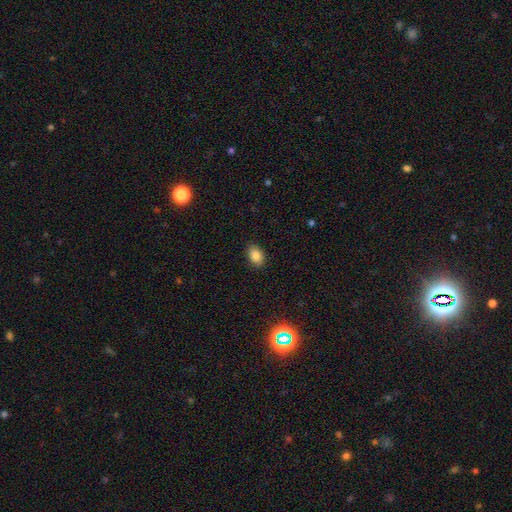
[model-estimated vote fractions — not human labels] This appears to be a smooth galaxy with no disk features (84%) that is in between round and cigar-shaped (86%). Merging: none (89%).